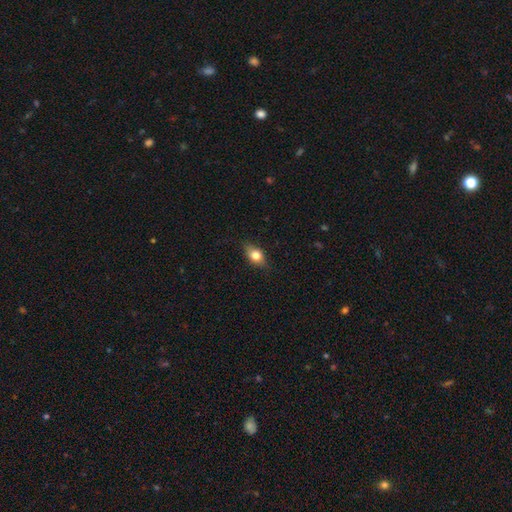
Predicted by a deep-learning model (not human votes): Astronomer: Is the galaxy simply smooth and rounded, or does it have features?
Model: smooth — 71%.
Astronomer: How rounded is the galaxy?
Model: in between — 75%.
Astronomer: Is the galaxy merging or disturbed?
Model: none — 81%.